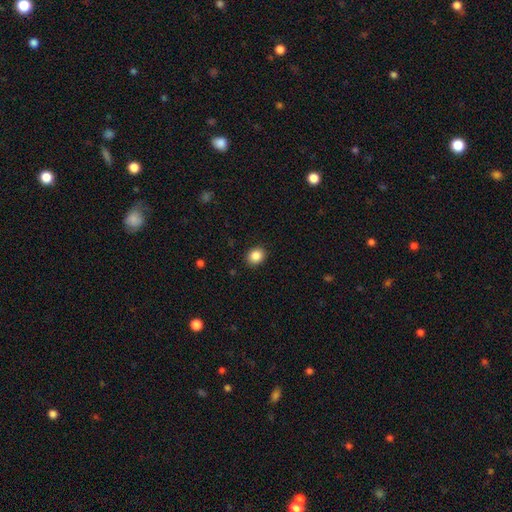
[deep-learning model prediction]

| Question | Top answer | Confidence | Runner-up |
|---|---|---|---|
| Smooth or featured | smooth | 87% | star or artifact (9%) |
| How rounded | round | 68% | in between (32%) |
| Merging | none | 91% | minor disturbance (6%) |